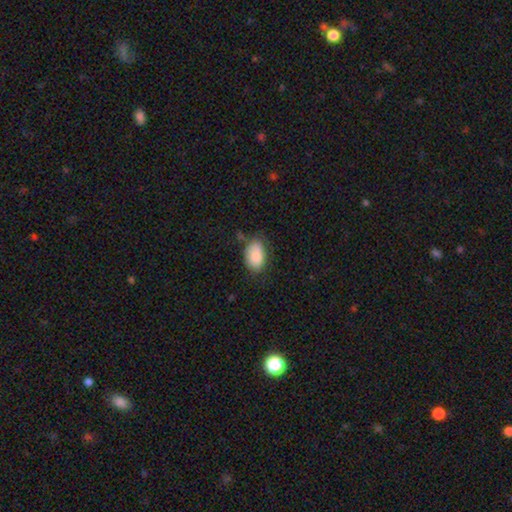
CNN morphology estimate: Smooth or featured? smooth (86%)
How rounded? in between (91%)
Merging? none (65%)